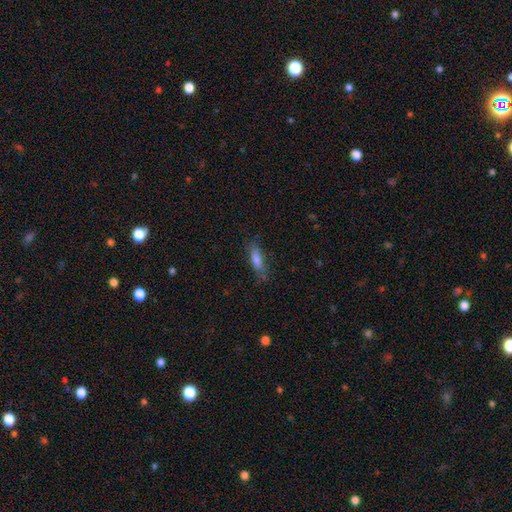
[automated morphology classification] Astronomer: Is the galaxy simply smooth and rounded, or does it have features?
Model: smooth — 66%.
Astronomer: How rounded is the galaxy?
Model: cigar-shaped — 59% (runner-up: in between, 39%).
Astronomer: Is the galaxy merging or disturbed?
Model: none — 75%.